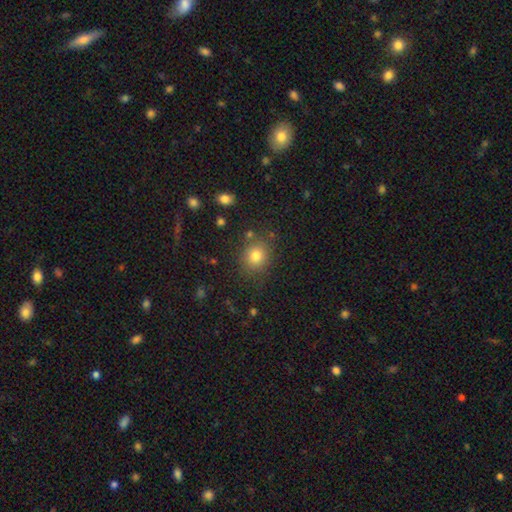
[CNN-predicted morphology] type=smooth (80%); roundness=round (76%); merging=none (82%).